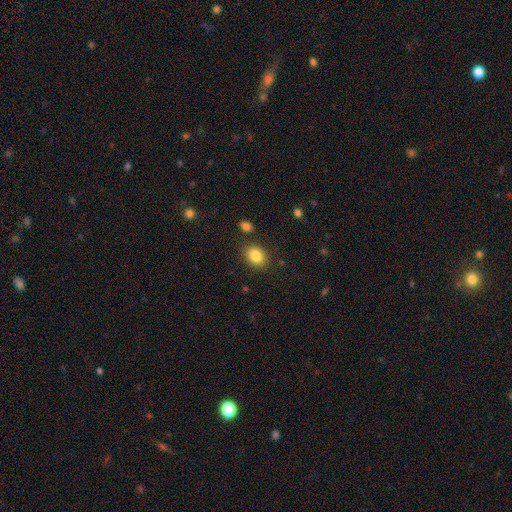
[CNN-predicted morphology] smooth_or_featured: smooth (p=0.85) [alt: star or artifact p=0.09]
how_rounded: in between (p=0.54) [alt: round p=0.45]
merging: none (p=0.84) [alt: minor disturbance p=0.10]